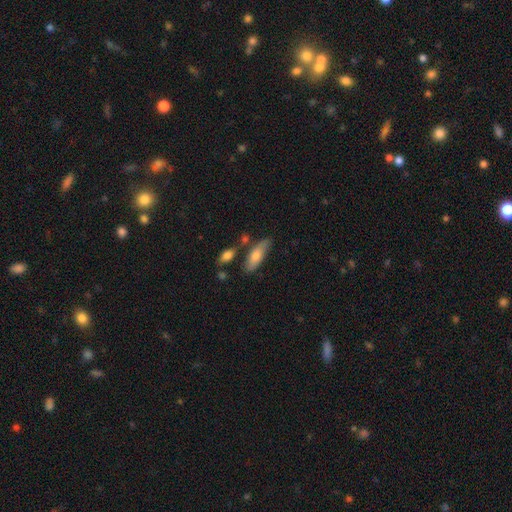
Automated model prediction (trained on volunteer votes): smooth_or_featured: smooth (p=0.71) [alt: featured or disk p=0.22]
how_rounded: in between (p=0.60) [alt: cigar-shaped p=0.38]
merging: none (p=0.69) [alt: minor disturbance p=0.18]